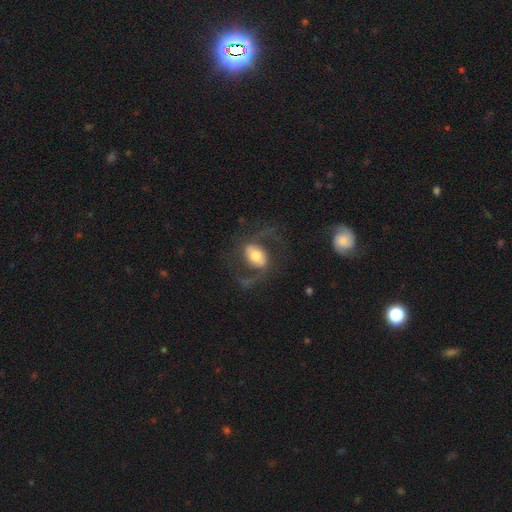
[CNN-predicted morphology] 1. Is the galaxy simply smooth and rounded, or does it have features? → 73% featured or disk, 20% smooth, 6% star or artifact.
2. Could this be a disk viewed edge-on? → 95% no, 5% yes.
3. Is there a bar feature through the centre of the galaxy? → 37% weak, 32% strong, 31% no.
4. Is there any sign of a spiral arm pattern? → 86% yes, 14% no.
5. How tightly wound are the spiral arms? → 51% loose, 41% medium, 8% tight.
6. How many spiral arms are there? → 90% 2, 3% can't tell, 3% 1, 1% 3, 1% 4, 1% more than 4.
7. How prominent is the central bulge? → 60% moderate, 23% large, 12% small, 3% dominant, 1% none.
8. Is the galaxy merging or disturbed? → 63% none, 20% major disturbance, 14% minor disturbance, 2% merger.